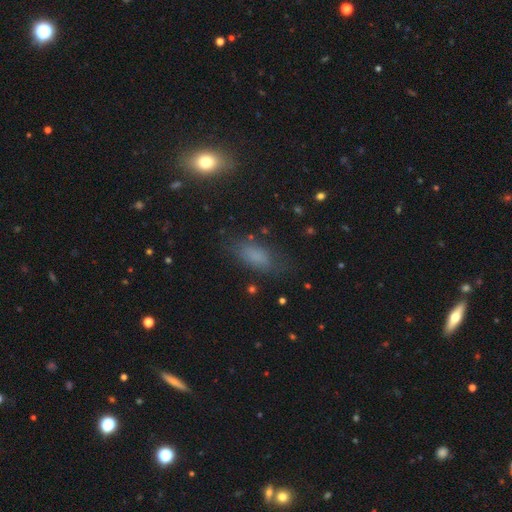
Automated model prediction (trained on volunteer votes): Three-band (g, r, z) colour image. It shows a smooth galaxy with no disk features (77%) that is in between round and cigar-shaped (84%). Merging: none (74%).